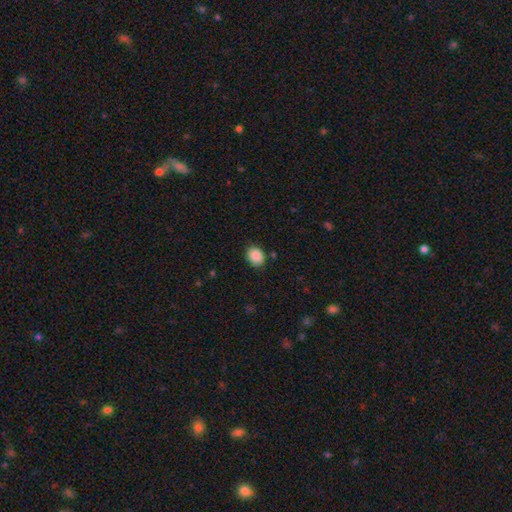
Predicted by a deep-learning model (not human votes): Overall: smooth (88%). How rounded: in between (53%; round 47%). Merging: none (85%).